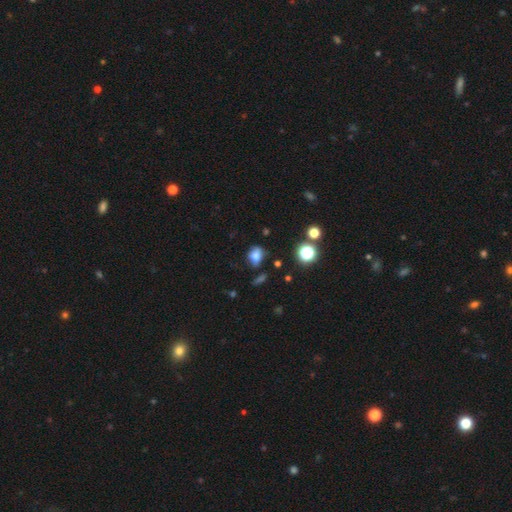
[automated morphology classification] type=smooth (72%); roundness=in between (61%); merging=none (58%).